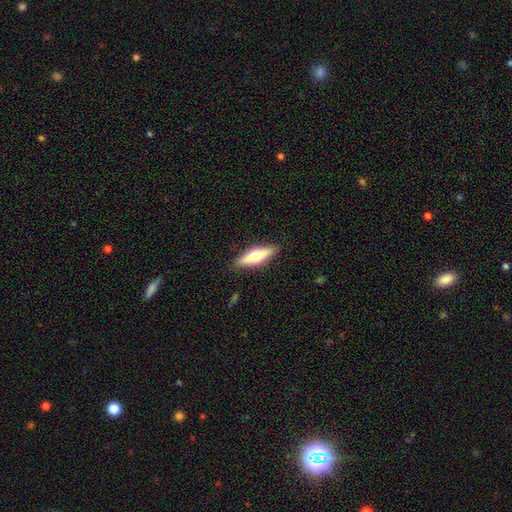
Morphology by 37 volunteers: Smooth or featured?
  - featured or disk: 51% *
  - smooth: 46%
  - star or artifact: 3%
Edge-on disk?
  - yes: 89% *
  - no: 11%
Edge-on bulge?
  - rounded: 100% *
  - boxy: 0%
  - none: 0%
Merging?
  - none: 94% *
  - minor disturbance: 6%
  - major disturbance: 0%
  - merger: 0%